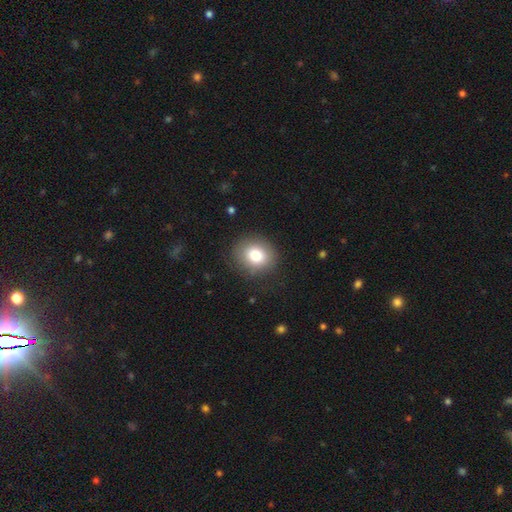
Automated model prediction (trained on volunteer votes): This is likely a smooth galaxy (80%). How rounded: likely round (72%). Merging: clearly none (85%).